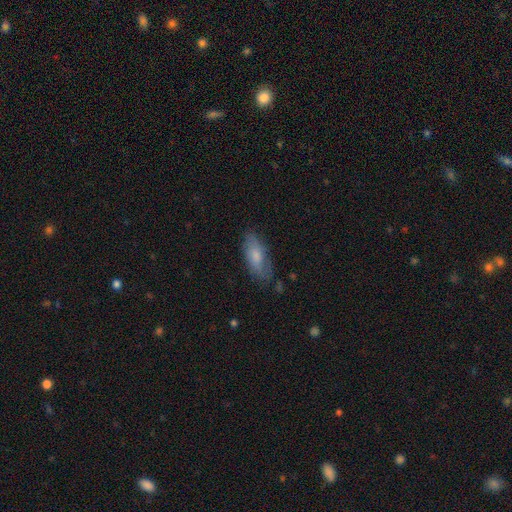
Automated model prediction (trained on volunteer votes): A smooth galaxy with no disk features (66%) that is in between round and cigar-shaped (79%). Merging: none (67%).